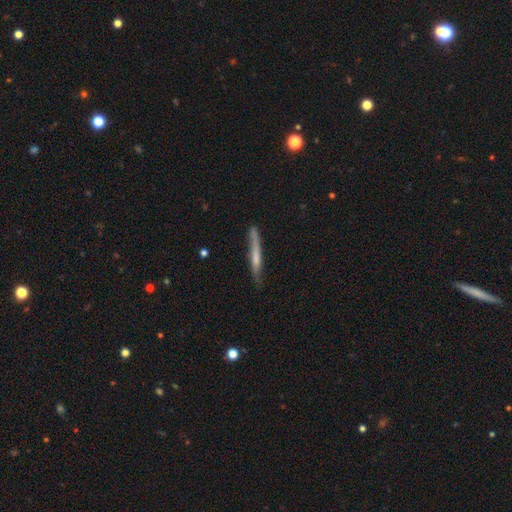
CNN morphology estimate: Q: Smooth or featured?
A: smooth (51%); runner-up: featured or disk (43%)
Q: How rounded?
A: cigar-shaped (96%); runner-up: in between (3%)
Q: Merging?
A: none (72%); runner-up: minor disturbance (21%)